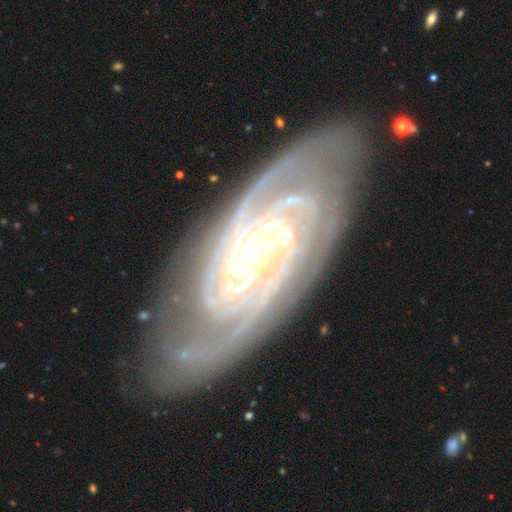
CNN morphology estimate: Smooth or featured? featured or disk (92%)
Edge-on disk? no (95%)
Bar? weak (37%)
Spiral arms? yes (99%)
Spiral winding? tight (76%)
Spiral arm count? 3 (31%)
Bulge size? small (55%)
Merging? none (81%)